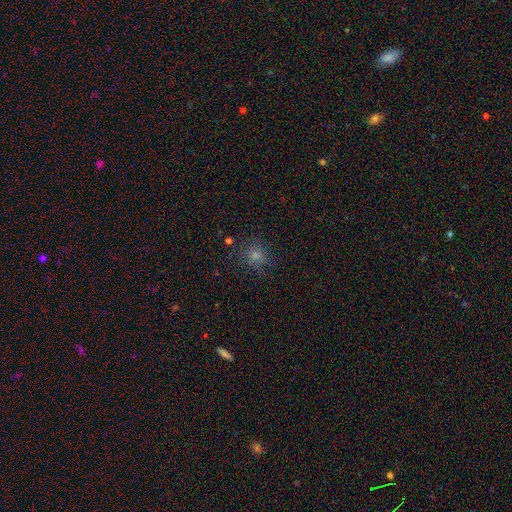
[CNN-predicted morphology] Smooth or featured? Predicted: smooth (p=0.69). How rounded? Predicted: round (p=0.85). Merging? Predicted: none (p=0.75).